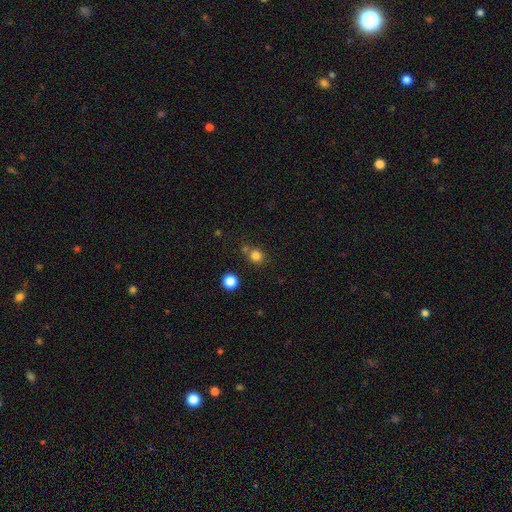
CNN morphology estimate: Smooth or featured?
  - smooth: 80% *
  - star or artifact: 14%
  - featured or disk: 5%
How rounded?
  - round: 86% *
  - in between: 13%
  - cigar-shaped: 1%
Merging?
  - none: 70% *
  - merger: 17%
  - minor disturbance: 10%
  - major disturbance: 3%